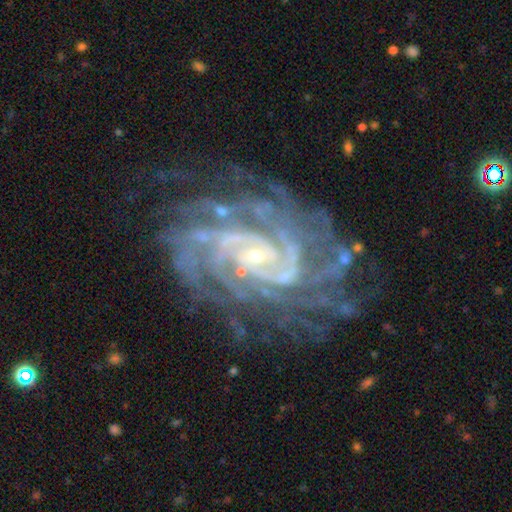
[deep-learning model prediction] Smooth or featured? Predicted: featured or disk (p=0.92). Edge-on disk? Predicted: no (p=0.97). Bar? Predicted: no (p=0.51). Spiral arms? Predicted: yes (p=0.98). Spiral winding? Predicted: tight (p=0.73). Spiral arm count? Predicted: can't tell (p=0.20). Bulge size? Predicted: small (p=0.82). Merging? Predicted: none (p=0.73).